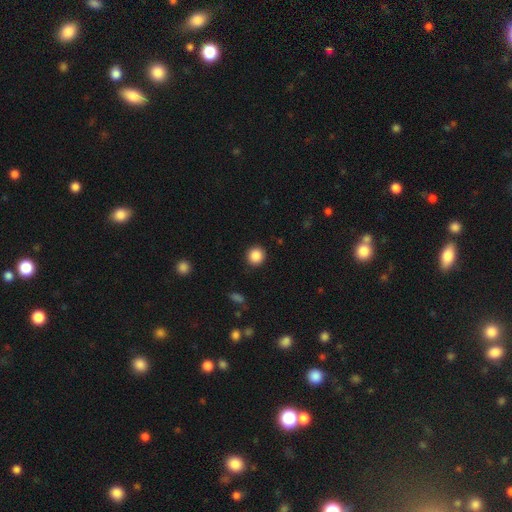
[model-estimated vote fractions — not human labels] Smooth or featured? smooth (87%)
How rounded? round (92%)
Merging? none (91%)